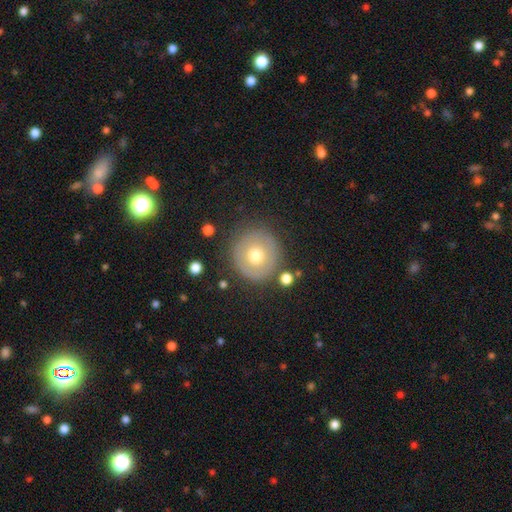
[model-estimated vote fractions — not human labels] Smooth or featured? Predicted: smooth (p=0.57). How rounded? Predicted: round (p=0.94). Merging? Predicted: none (p=0.85).